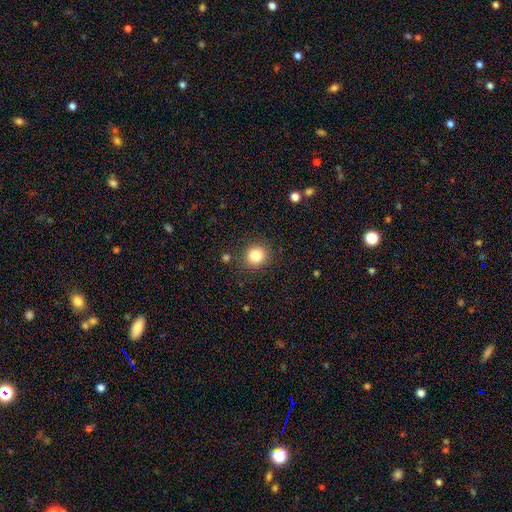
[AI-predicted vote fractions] This is clearly a smooth galaxy (83%). How rounded: clearly round (83%). Merging: clearly none (86%).